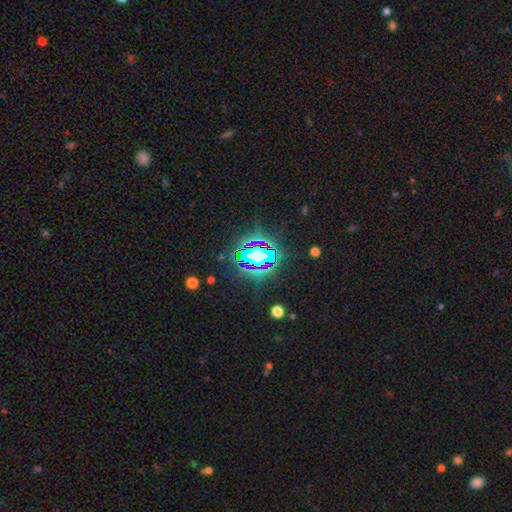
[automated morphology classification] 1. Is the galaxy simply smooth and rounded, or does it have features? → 67% star or artifact, 20% smooth, 13% featured or disk.